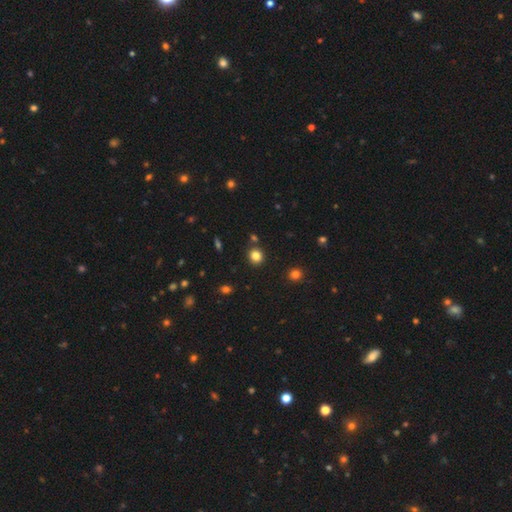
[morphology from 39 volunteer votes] Overall: smooth (77%). How rounded: round (90%). Merging: none (86%).